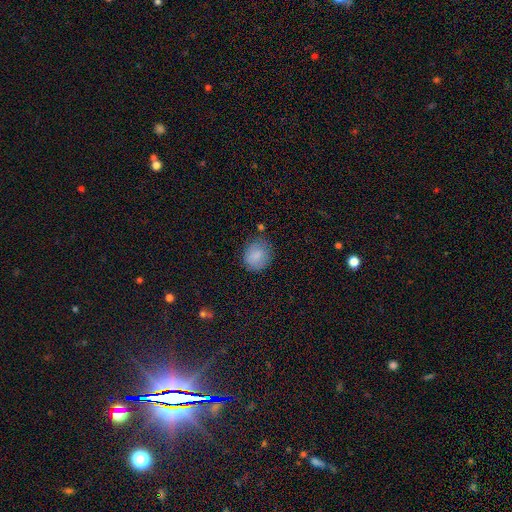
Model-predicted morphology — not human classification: Q: Smooth or featured?
A: smooth (84%); runner-up: star or artifact (8%)
Q: How rounded?
A: round (68%); runner-up: in between (31%)
Q: Merging?
A: none (73%); runner-up: minor disturbance (19%)